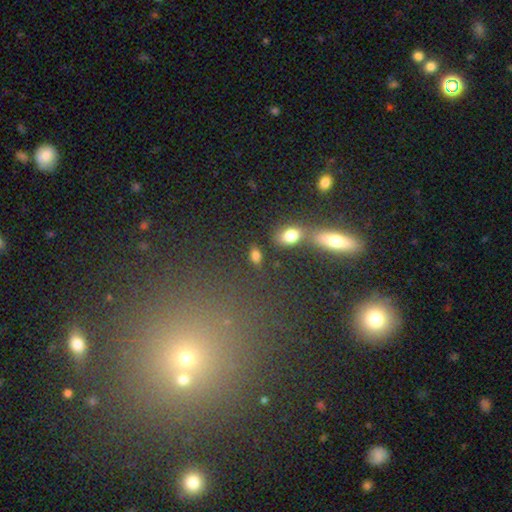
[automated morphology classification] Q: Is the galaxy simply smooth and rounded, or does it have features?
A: smooth — 79%.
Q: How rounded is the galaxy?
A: in between — 85%.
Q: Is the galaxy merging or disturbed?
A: none — 76%.